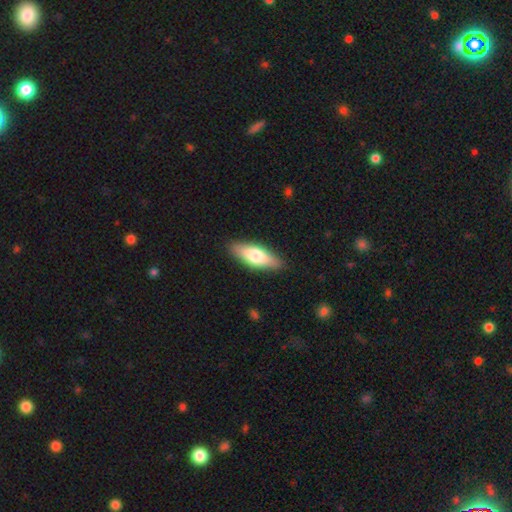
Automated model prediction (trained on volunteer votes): This appears to be a smooth galaxy with no disk features (69%) that is in between round and cigar-shaped (66%). Merging: none (87%).